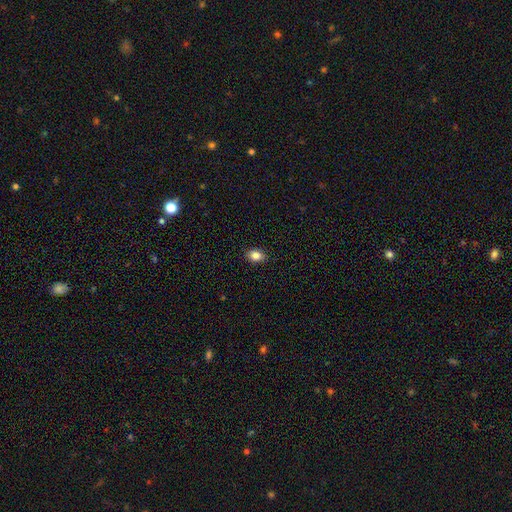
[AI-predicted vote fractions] The model was most divided on "how rounded": in between: 74%, round: 25%, cigar-shaped: 1%. More confident: merging — none (89%); smooth or featured — smooth (85%).